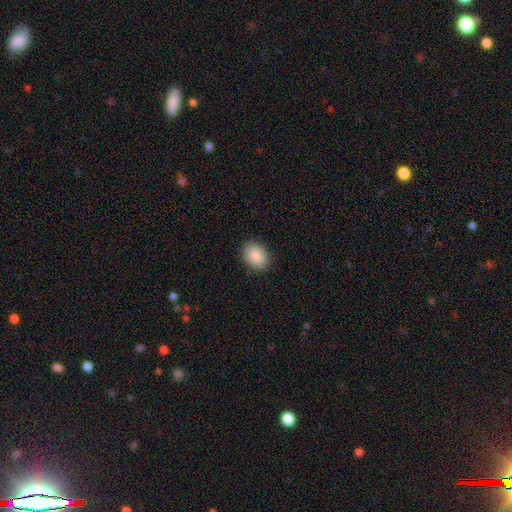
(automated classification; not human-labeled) smooth-or-featured: smooth: 89% | star or artifact: 7% | featured or disk: 3%
  how-rounded: in between: 70% | round: 29% | cigar-shaped: 1%
  merging: none: 89% | minor disturbance: 8% | major disturbance: 2% | merger: 1%